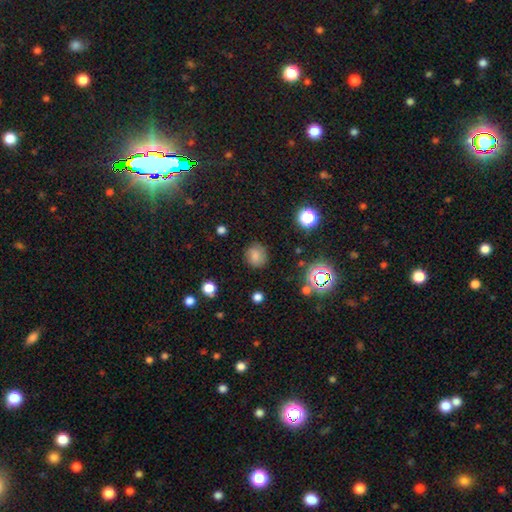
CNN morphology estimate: Smooth or featured?
  - smooth: 75% *
  - star or artifact: 16%
  - featured or disk: 10%
How rounded?
  - round: 83% *
  - in between: 16%
  - cigar-shaped: 1%
Merging?
  - none: 81% *
  - minor disturbance: 13%
  - major disturbance: 4%
  - merger: 2%